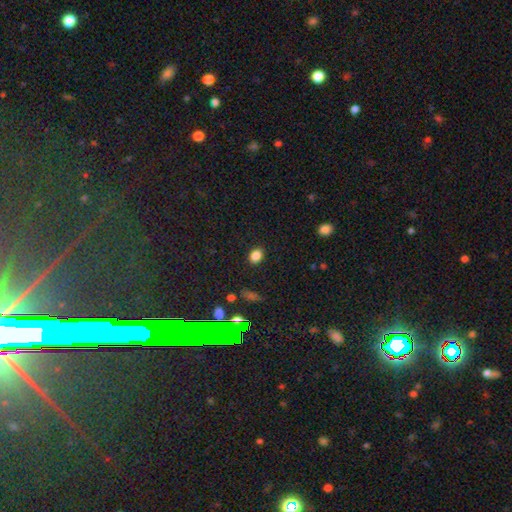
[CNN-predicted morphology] smooth_or_featured: smooth (p=0.83) [alt: star or artifact p=0.13]
how_rounded: in between (p=0.65) [alt: round p=0.34]
merging: none (p=0.88) [alt: minor disturbance p=0.08]